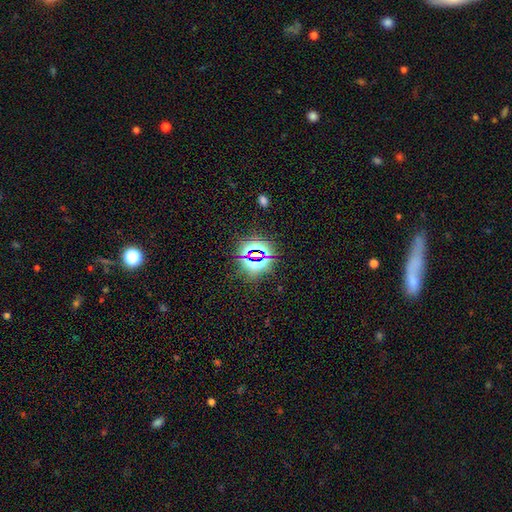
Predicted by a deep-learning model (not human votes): The model was most divided on "smooth or featured": star or artifact: 73%, smooth: 19%, featured or disk: 9%.